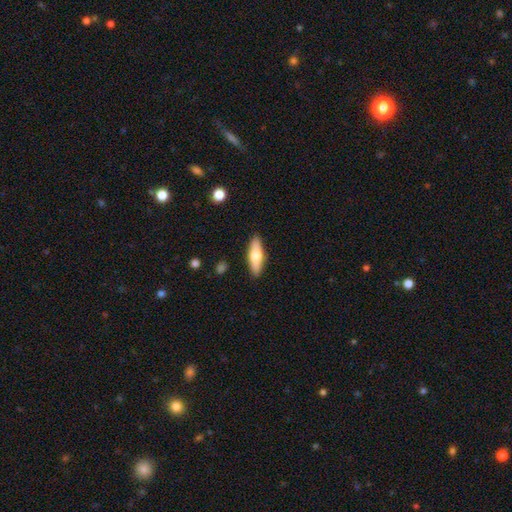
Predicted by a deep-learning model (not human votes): The model was most divided on "how rounded": cigar-shaped: 50%, in between: 48%, round: 2%. More confident: merging — none (89%); smooth or featured — smooth (64%).